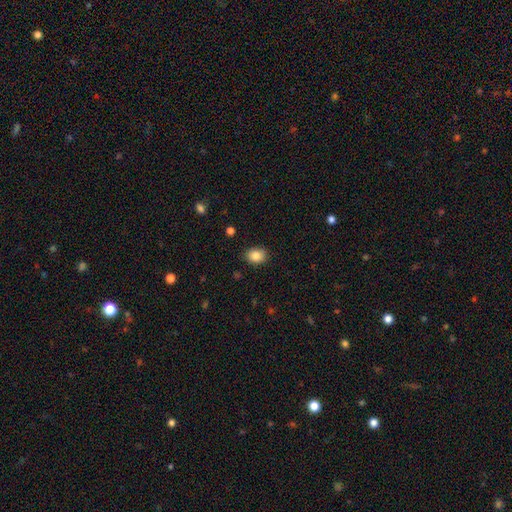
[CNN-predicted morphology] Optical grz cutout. It shows a smooth galaxy with no disk features (87%) that is in between round and cigar-shaped (66%). Merging: none (86%).